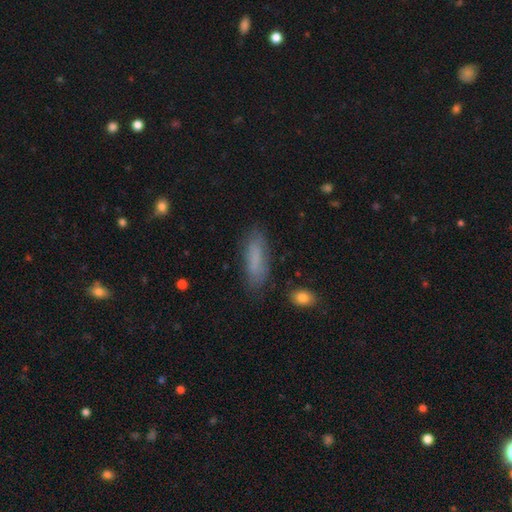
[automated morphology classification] Overall: smooth (75%). How rounded: cigar-shaped (56%; in between 42%). Merging: none (78%).